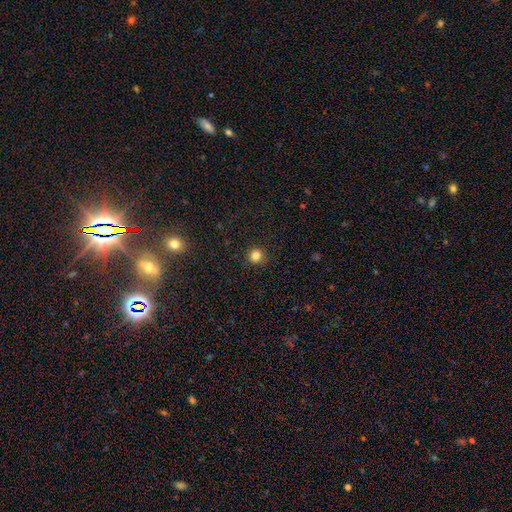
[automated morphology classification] This appears to be a smooth galaxy with no disk features (84%) that is round (92%). Merging: none (90%).